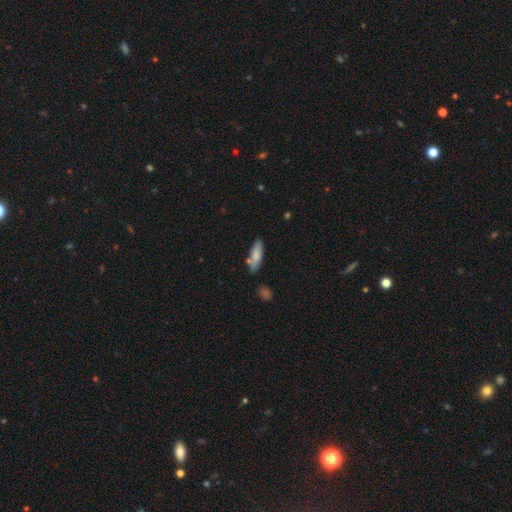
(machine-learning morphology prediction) Smooth or featured? Predicted: smooth (p=0.79). How rounded? Predicted: in between (p=0.50). Merging? Predicted: none (p=0.75).